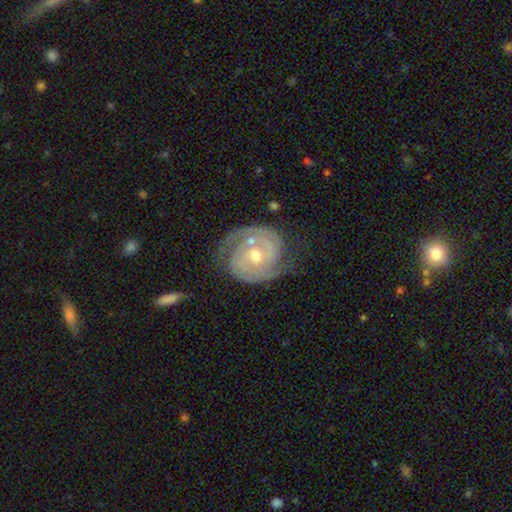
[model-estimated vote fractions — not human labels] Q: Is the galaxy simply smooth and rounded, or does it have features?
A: featured or disk — 90%.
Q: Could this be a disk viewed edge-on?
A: no — 98%.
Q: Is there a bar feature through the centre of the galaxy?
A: no — 69%.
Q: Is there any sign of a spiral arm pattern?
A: yes — 98%.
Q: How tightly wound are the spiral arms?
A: tight — 70%.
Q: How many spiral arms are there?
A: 2 — 86%.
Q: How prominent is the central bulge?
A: moderate — 62%.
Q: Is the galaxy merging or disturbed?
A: none — 73%.